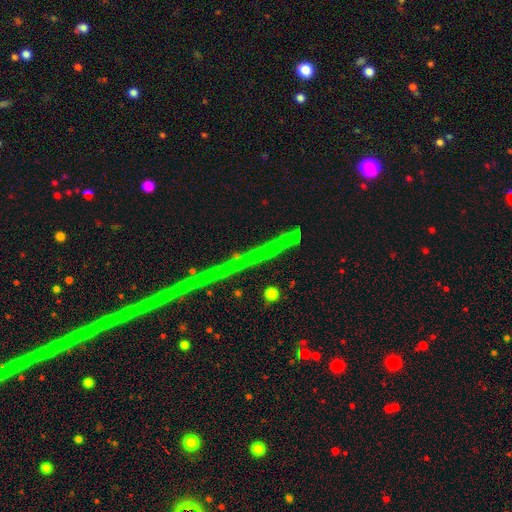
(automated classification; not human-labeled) This appears to be a star or artifact, not a galaxy (66%).